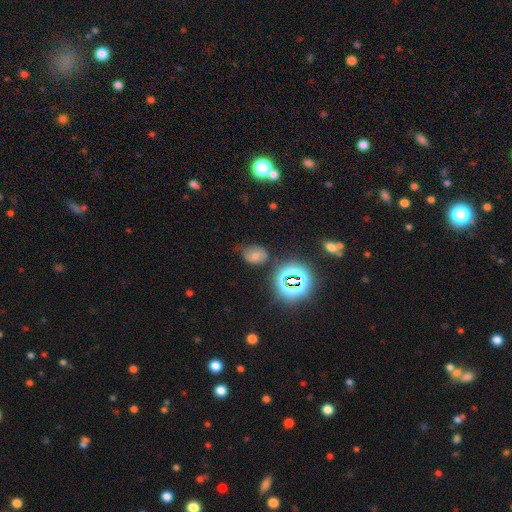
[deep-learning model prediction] This appears to be a smooth galaxy with no disk features (56%) that is in between round and cigar-shaped (65%). Merging: none (54%).